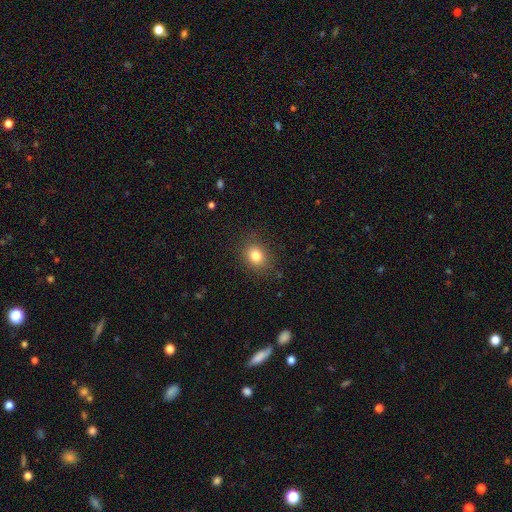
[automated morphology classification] smooth 81%, star or artifact 12%, featured or disk 7%. Down the decision tree: how rounded — round (63%); merging — none (86%).